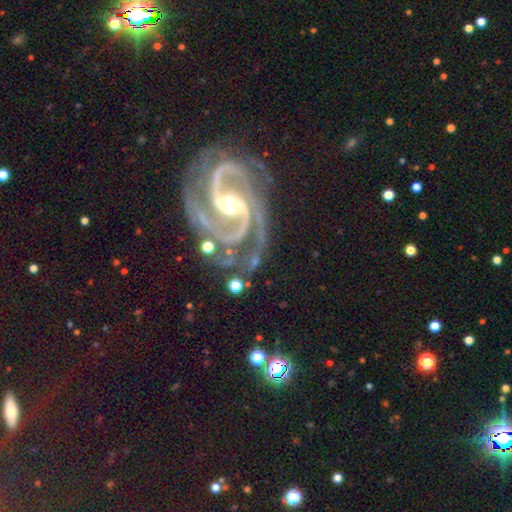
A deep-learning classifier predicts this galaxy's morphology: Smooth or featured? featured or disk (93%)
Edge-on disk? no (98%)
Bar? strong (41%)
Spiral arms? yes (99%)
Spiral winding? medium (56%)
Spiral arm count? 2 (66%)
Bulge size? moderate (54%)
Merging? none (65%)